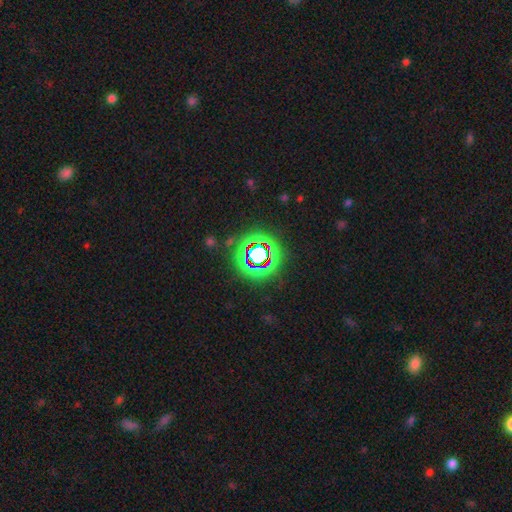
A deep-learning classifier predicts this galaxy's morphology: Overall: star or artifact (68%).